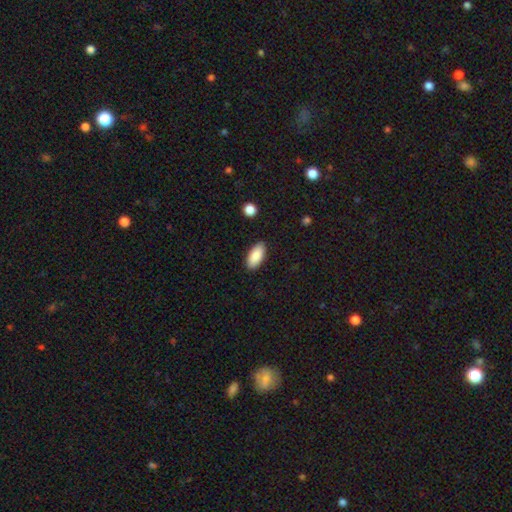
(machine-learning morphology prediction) type=smooth (88%); roundness=in between (91%); merging=none (88%).